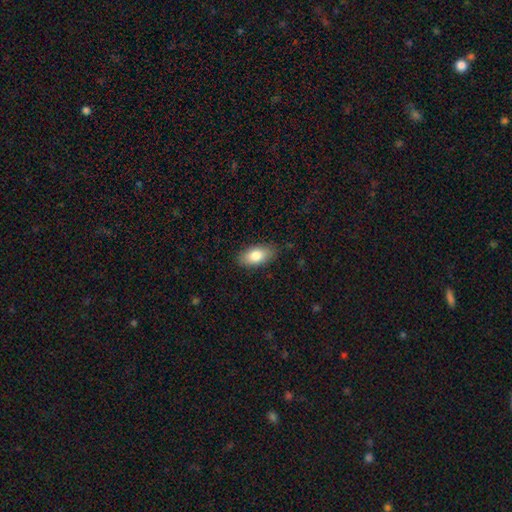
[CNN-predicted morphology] This appears to be a smooth galaxy with no disk features (81%) that is in between round and cigar-shaped (90%). Merging: none (84%).